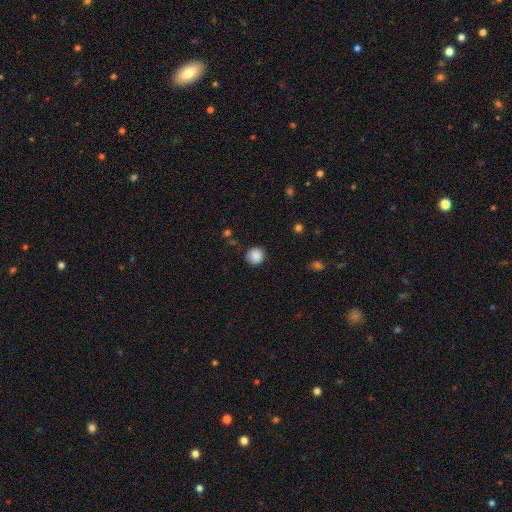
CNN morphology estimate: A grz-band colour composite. It shows a smooth galaxy with no disk features (88%) that is round (92%). Merging: none (87%).